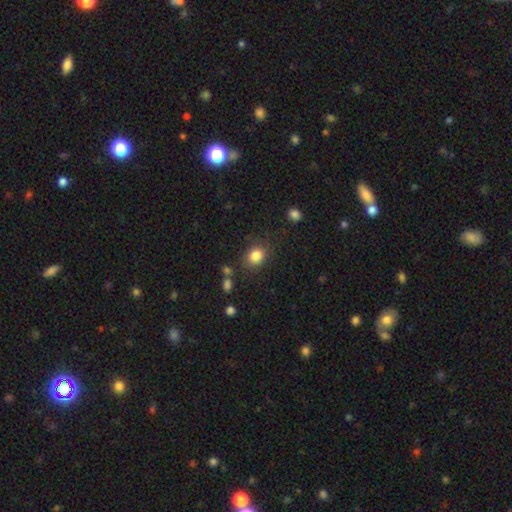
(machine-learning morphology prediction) Smooth or featured?
  - smooth: 84% *
  - star or artifact: 10%
  - featured or disk: 6%
How rounded?
  - round: 59% *
  - in between: 40%
  - cigar-shaped: 1%
Merging?
  - none: 81% *
  - minor disturbance: 12%
  - major disturbance: 4%
  - merger: 3%